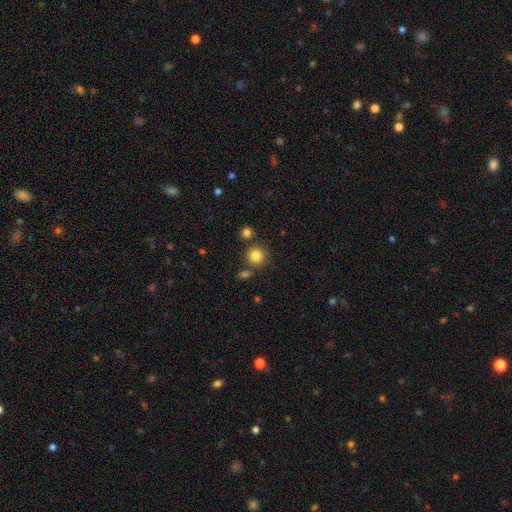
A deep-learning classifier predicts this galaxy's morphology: Smooth or featured?
  - smooth: 83% *
  - star or artifact: 11%
  - featured or disk: 6%
How rounded?
  - round: 92% *
  - in between: 7%
  - cigar-shaped: 1%
Merging?
  - none: 78% *
  - merger: 10%
  - minor disturbance: 9%
  - major disturbance: 3%